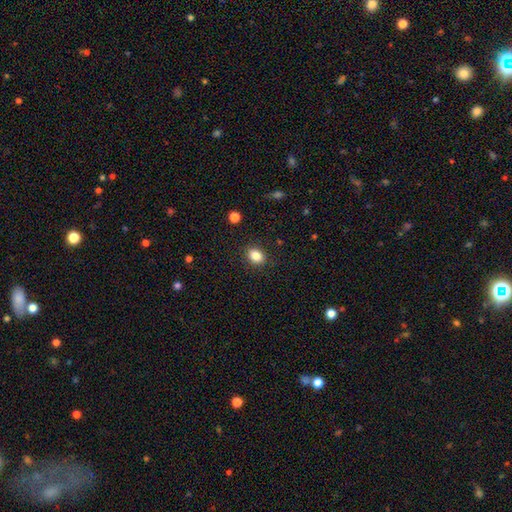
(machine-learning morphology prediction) smooth 85%, star or artifact 10%, featured or disk 5%. Down the decision tree: how rounded — in between (59%); merging — none (88%).